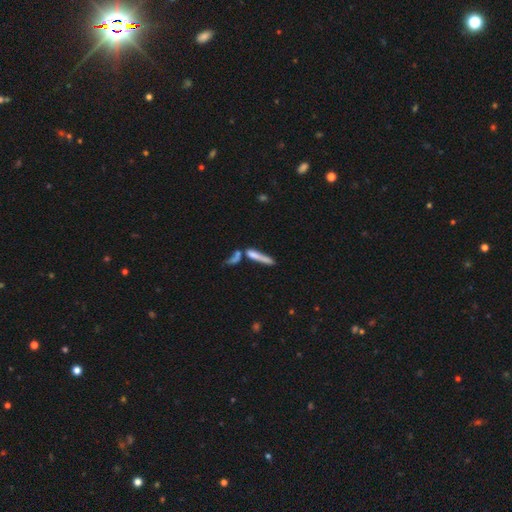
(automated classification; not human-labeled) smooth_or_featured: smooth (p=0.60) [alt: featured or disk p=0.31]
how_rounded: cigar-shaped (p=0.84) [alt: in between p=0.13]
merging: merger (p=0.38) [alt: none p=0.35]